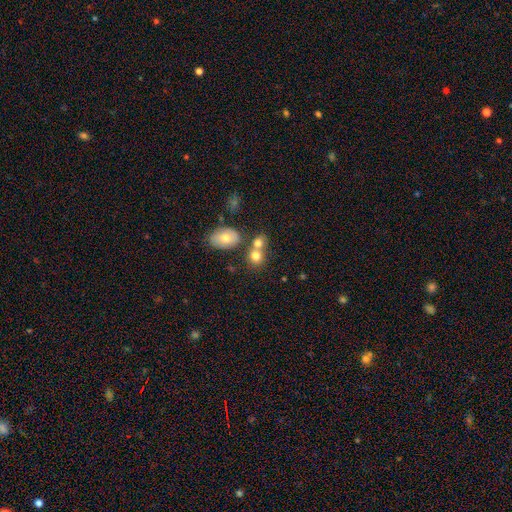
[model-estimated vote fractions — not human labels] Q: Smooth or featured?
A: smooth (75%); runner-up: featured or disk (14%)
Q: How rounded?
A: round (67%); runner-up: in between (32%)
Q: Merging?
A: merger (44%); runner-up: none (43%)